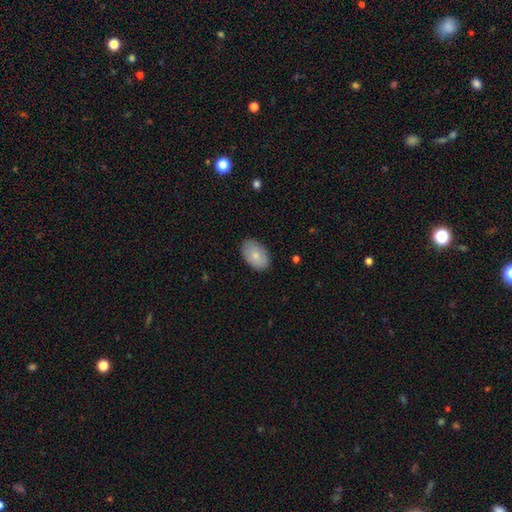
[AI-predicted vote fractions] Q: Smooth or featured?
A: smooth (79%); runner-up: featured or disk (15%)
Q: How rounded?
A: in between (90%); runner-up: round (8%)
Q: Merging?
A: none (85%); runner-up: minor disturbance (11%)